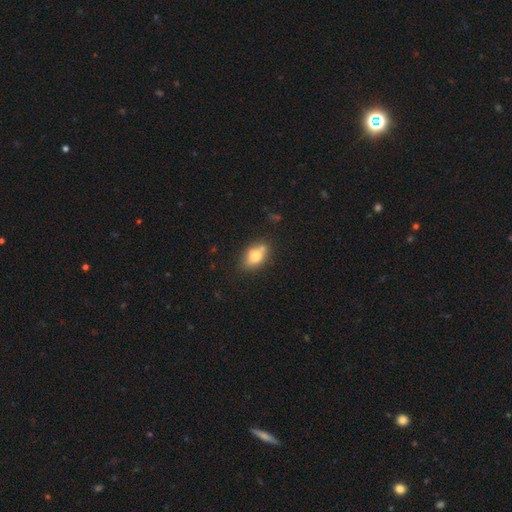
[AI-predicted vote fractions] Q: Smooth or featured?
A: smooth (71%); runner-up: featured or disk (20%)
Q: How rounded?
A: in between (79%); runner-up: round (17%)
Q: Merging?
A: none (59%); runner-up: minor disturbance (21%)